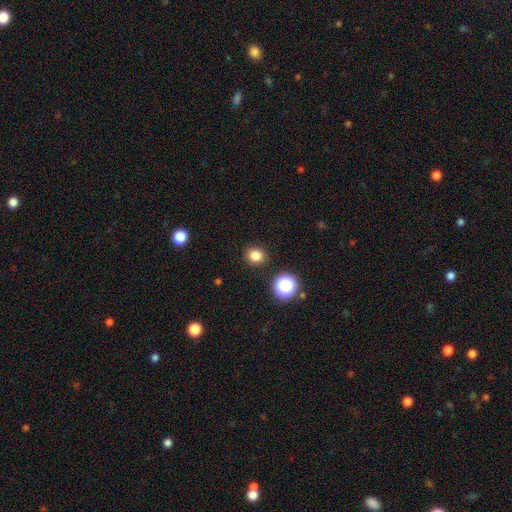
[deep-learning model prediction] Q: Smooth or featured?
A: smooth (81%); runner-up: star or artifact (14%)
Q: How rounded?
A: round (81%); runner-up: in between (18%)
Q: Merging?
A: none (90%); runner-up: minor disturbance (6%)